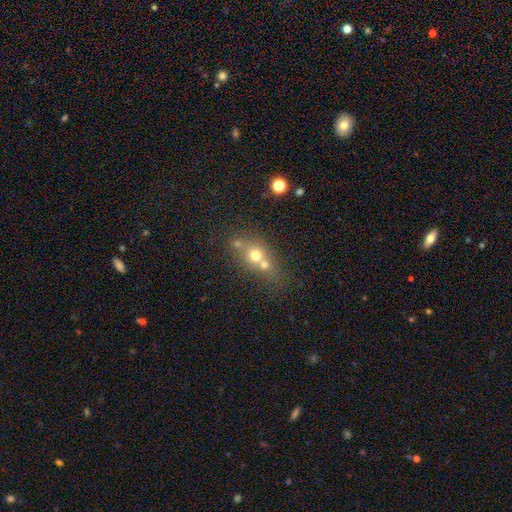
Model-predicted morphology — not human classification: This appears to be a smooth galaxy with no disk features (63%) that is round (62%). Merging: merger (52%).